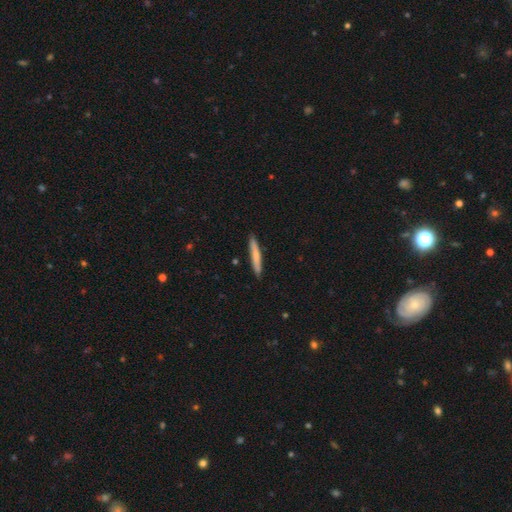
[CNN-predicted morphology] The model was most divided on "smooth or featured": smooth: 69%, featured or disk: 26%, star or artifact: 5%. More confident: how rounded — cigar-shaped (95%); merging — none (89%).